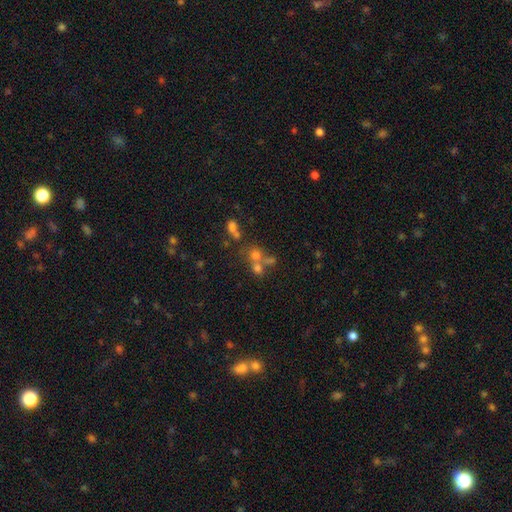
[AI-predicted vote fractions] Q: Smooth or featured?
A: smooth (49%); runner-up: star or artifact (30%)
Q: Merging?
A: none (45%); runner-up: merger (41%)